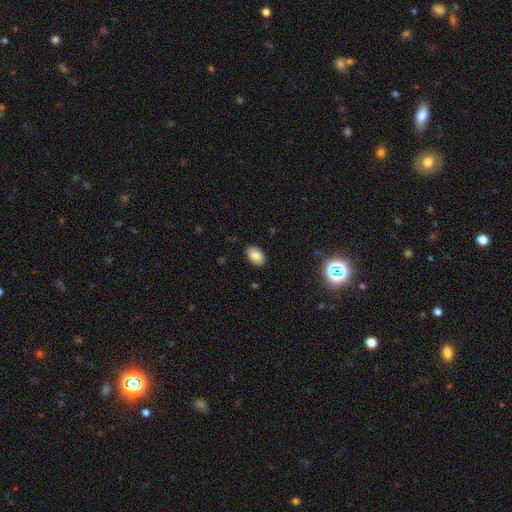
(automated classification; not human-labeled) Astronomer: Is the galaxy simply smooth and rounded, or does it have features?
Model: smooth — 83%.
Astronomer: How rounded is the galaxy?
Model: in between — 88%.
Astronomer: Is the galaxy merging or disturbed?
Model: none — 85%.